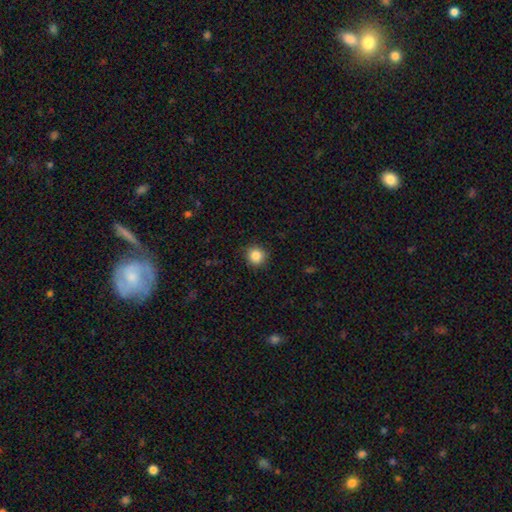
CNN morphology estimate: Overall: smooth (86%). How rounded: round (93%). Merging: none (91%).